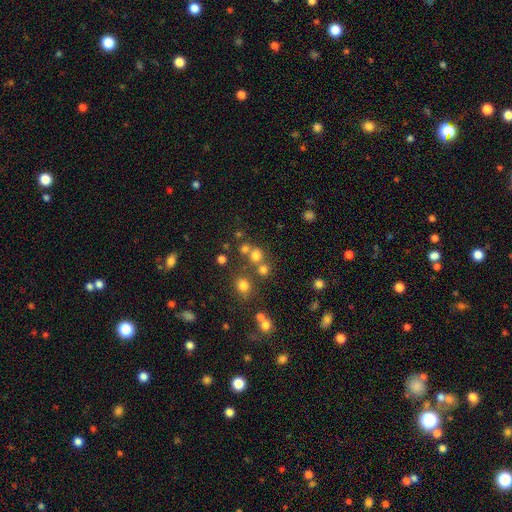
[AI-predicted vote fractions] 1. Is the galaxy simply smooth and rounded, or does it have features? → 69% smooth, 21% star or artifact, 10% featured or disk.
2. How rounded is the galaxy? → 85% round, 14% in between, 1% cigar-shaped.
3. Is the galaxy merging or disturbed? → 60% none, 28% merger, 8% minor disturbance, 4% major disturbance.